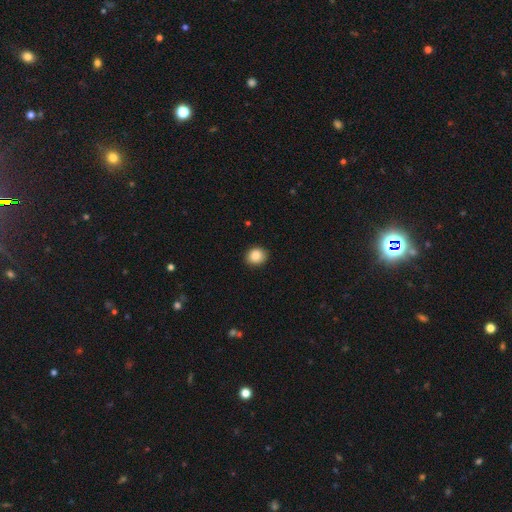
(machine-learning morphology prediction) A smooth galaxy with no disk features (87%) that is round (74%). Merging: none (89%).